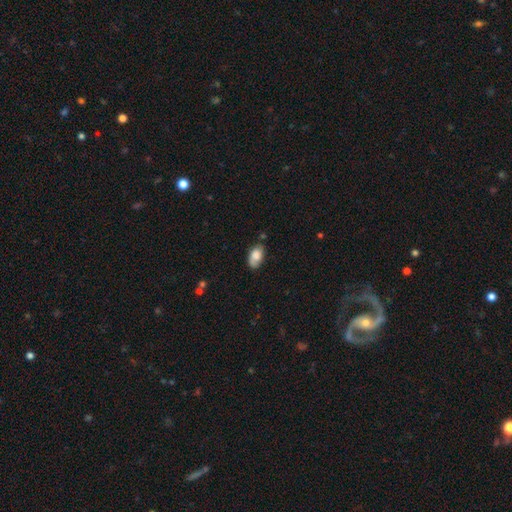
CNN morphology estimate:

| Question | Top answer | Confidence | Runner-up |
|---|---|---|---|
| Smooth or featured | smooth | 77% | featured or disk (16%) |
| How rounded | in between | 93% | round (5%) |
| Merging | none | 64% | minor disturbance (26%) |